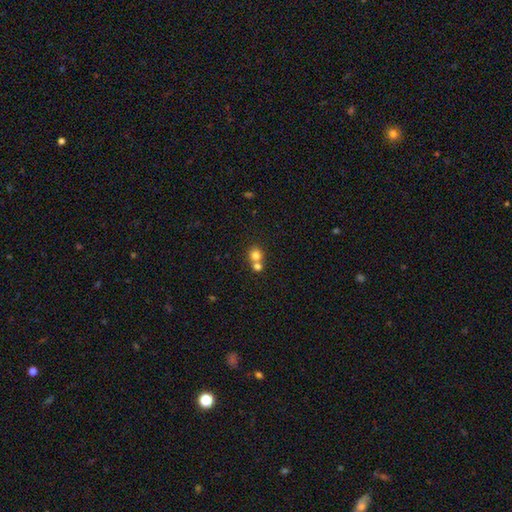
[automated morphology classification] The model was most divided on "merging": merger: 48%, none: 44%, minor disturbance: 5%, major disturbance: 2%. More confident: how rounded — round (85%); smooth or featured — smooth (79%).